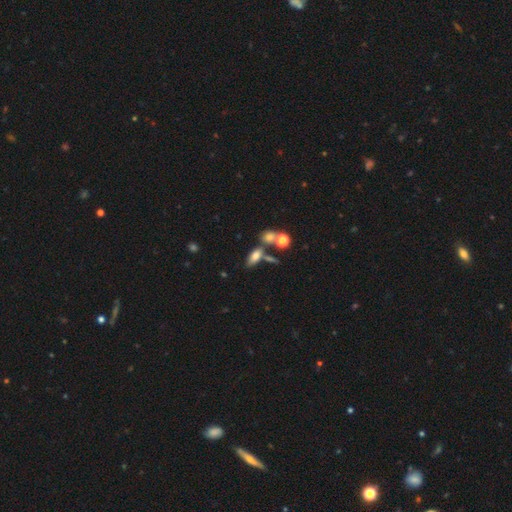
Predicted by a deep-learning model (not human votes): smooth 70%, featured or disk 17%, star or artifact 13%. Down the decision tree: how rounded — in between (77%); merging — none (52%).